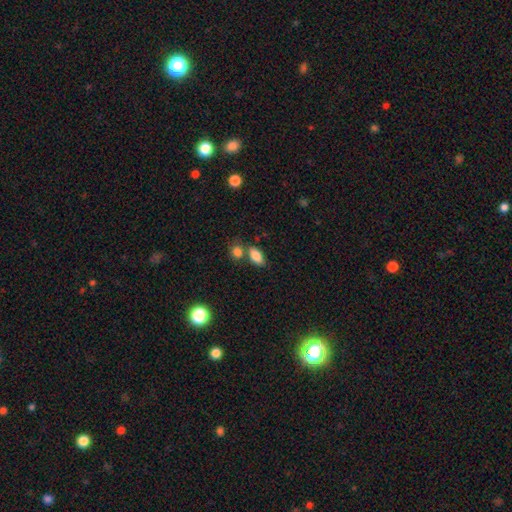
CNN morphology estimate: smooth 84%, star or artifact 8%, featured or disk 8%. Down the decision tree: how rounded — in between (88%); merging — none (59%).